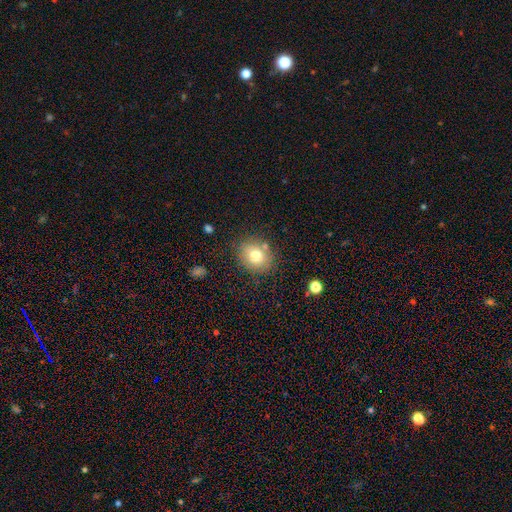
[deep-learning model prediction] Overall: smooth (74%). How rounded: round (67%; in between 32%). Merging: none (78%).